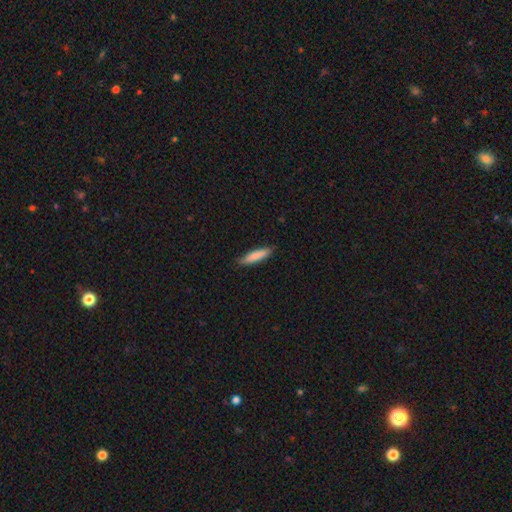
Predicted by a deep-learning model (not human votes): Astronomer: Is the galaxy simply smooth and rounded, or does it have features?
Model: smooth — 83%.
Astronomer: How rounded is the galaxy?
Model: cigar-shaped — 80%.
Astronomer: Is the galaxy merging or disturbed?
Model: none — 87%.